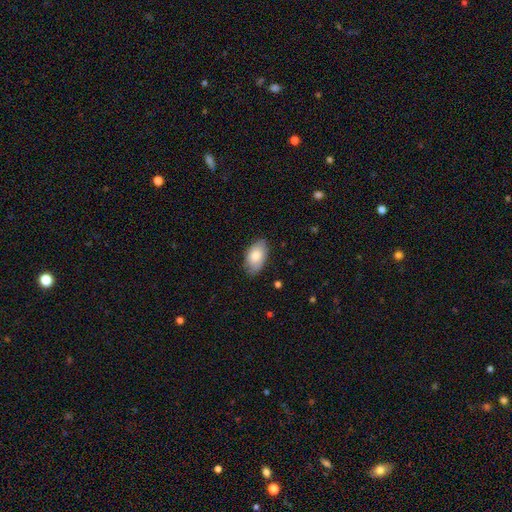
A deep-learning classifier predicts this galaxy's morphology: The model was most divided on "smooth or featured": smooth: 79%, featured or disk: 15%, star or artifact: 6%. More confident: how rounded — in between (94%); merging — none (81%).